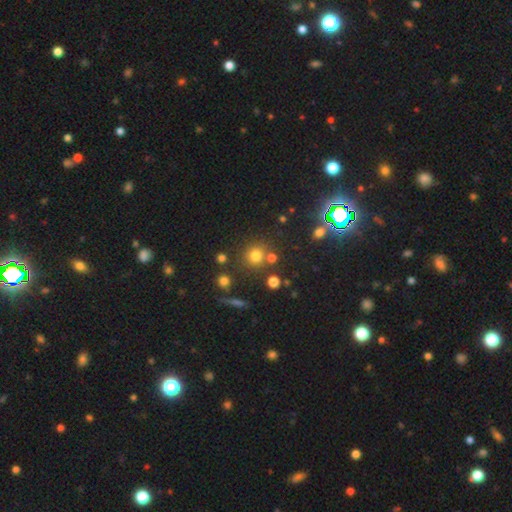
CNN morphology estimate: Q: Smooth or featured?
A: smooth (72%); runner-up: star or artifact (20%)
Q: How rounded?
A: round (89%); runner-up: in between (9%)
Q: Merging?
A: none (73%); runner-up: merger (13%)